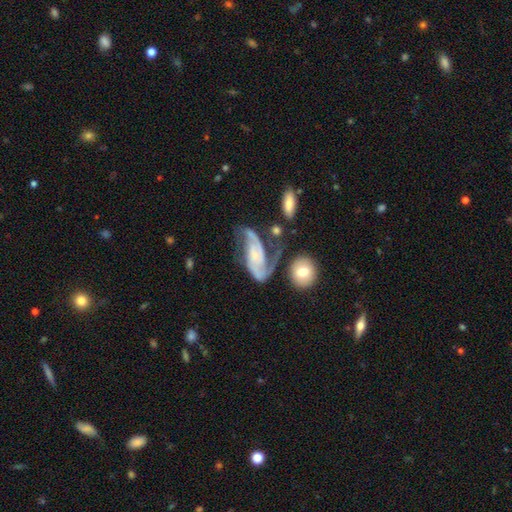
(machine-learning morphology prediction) featured or disk 86%, smooth 9%, star or artifact 6%. Down the decision tree: edge-on disk — no (96%); bar — no (54%); spiral arms — yes (96%); spiral arm count — 2 (85%); spiral winding — medium (46%); bulge size — small (56%); merging — none (45%).